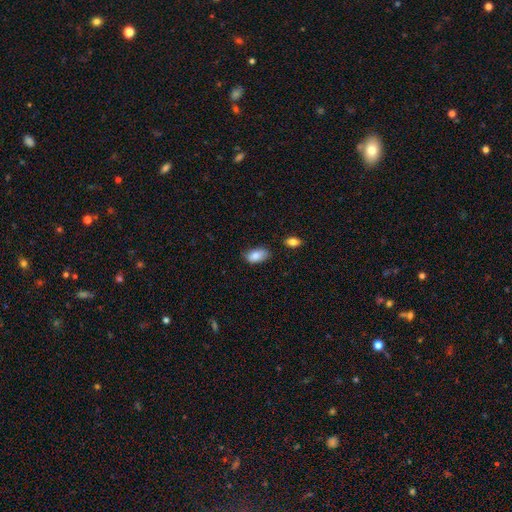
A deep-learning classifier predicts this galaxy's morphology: type=smooth (85%); roundness=in between (93%); merging=none (73%).